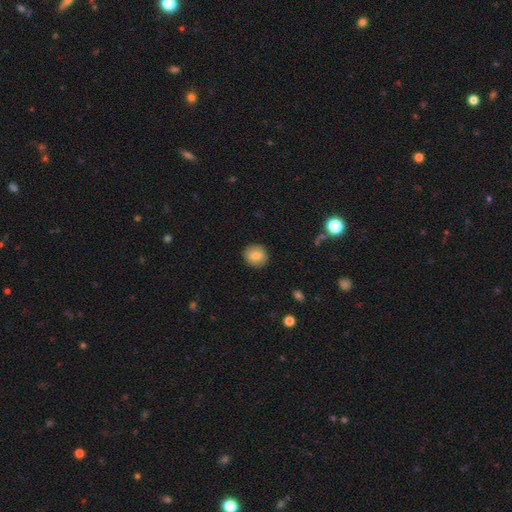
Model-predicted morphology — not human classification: This appears to be a smooth galaxy with no disk features (81%) that is round (88%). Merging: none (90%).